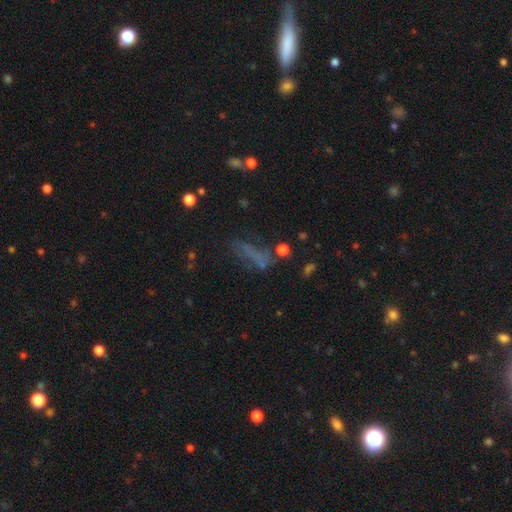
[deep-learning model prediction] This is possibly a smooth galaxy (49%). Merging: possibly none (46%).